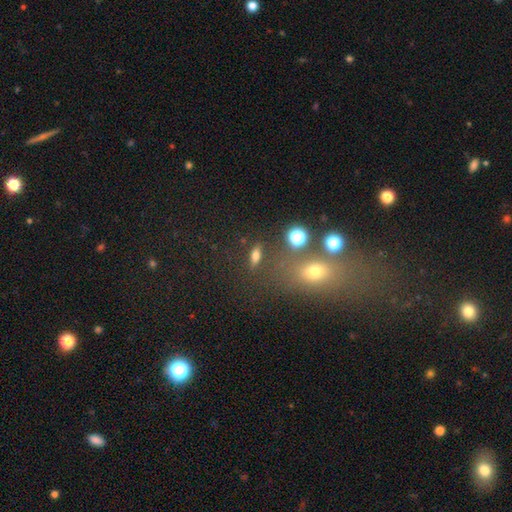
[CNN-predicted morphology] A smooth galaxy with no disk features (64%) that is in between round and cigar-shaped (57%). Merging: none (78%).